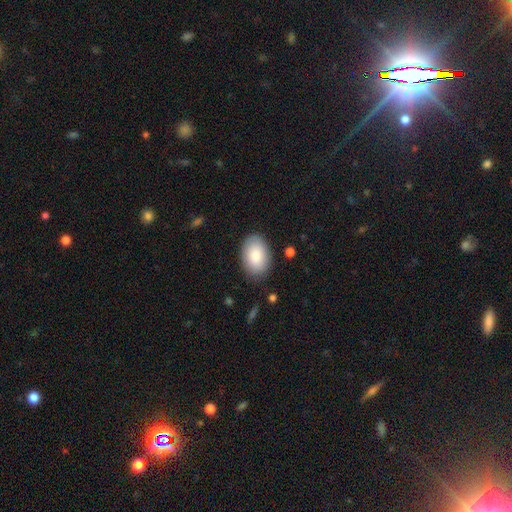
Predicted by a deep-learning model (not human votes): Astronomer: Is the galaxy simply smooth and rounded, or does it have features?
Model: smooth — 85%.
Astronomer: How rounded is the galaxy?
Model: in between — 88%.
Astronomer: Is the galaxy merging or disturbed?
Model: none — 86%.